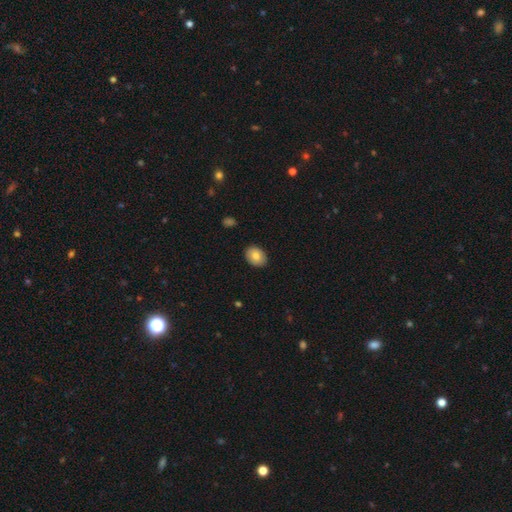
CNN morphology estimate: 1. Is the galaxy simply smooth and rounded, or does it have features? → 78% smooth, 15% featured or disk, 7% star or artifact.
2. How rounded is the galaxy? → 70% in between, 29% round, 1% cigar-shaped.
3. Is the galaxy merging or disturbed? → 89% none, 9% minor disturbance, 2% major disturbance, 1% merger.